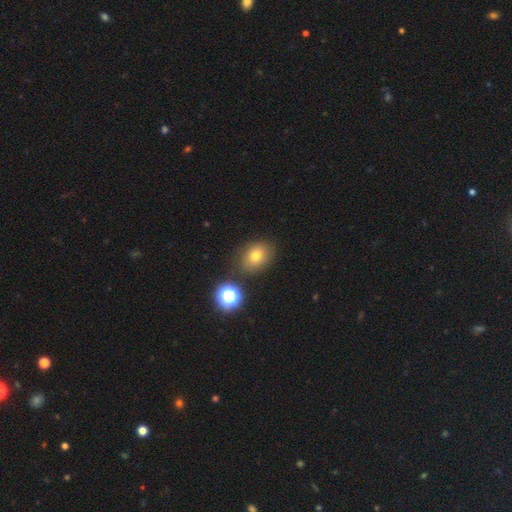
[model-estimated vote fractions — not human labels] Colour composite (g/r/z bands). It shows a smooth galaxy with no disk features (74%) that is in between round and cigar-shaped (53%). Merging: none (81%).